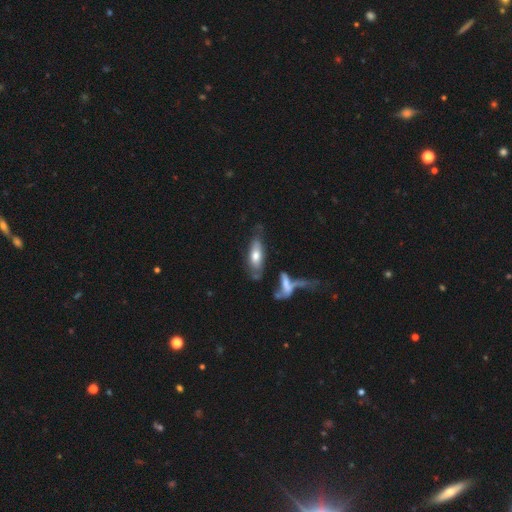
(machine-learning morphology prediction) Smooth or featured? Predicted: smooth (p=0.55). How rounded? Predicted: in between (p=0.70). Merging? Predicted: none (p=0.48).